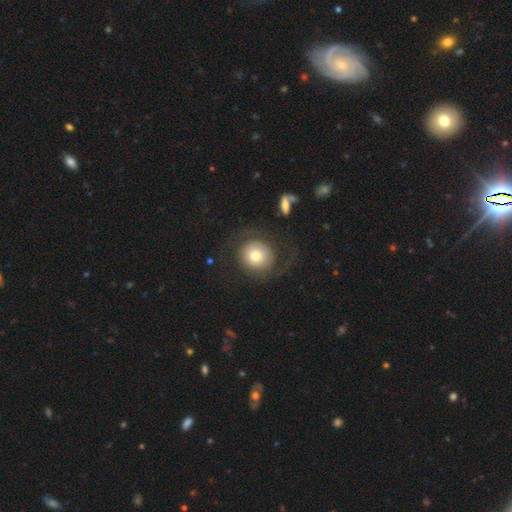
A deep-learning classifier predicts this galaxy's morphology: Smooth or featured?
  - smooth: 58% *
  - featured or disk: 34%
  - star or artifact: 8%
How rounded?
  - round: 88% *
  - in between: 11%
  - cigar-shaped: 1%
Merging?
  - none: 62% *
  - major disturbance: 22%
  - minor disturbance: 13%
  - merger: 3%